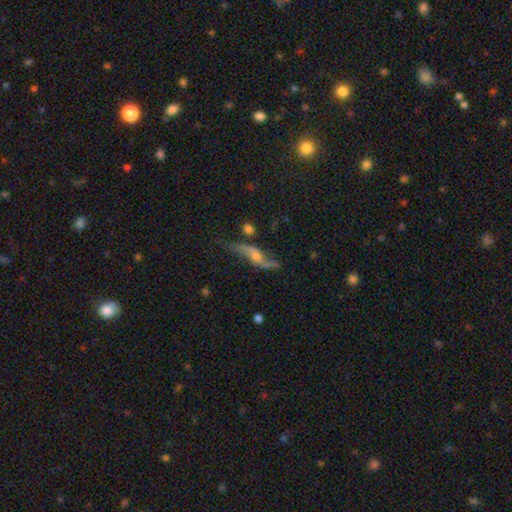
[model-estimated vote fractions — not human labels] A featured or disk galaxy (74%) with no bar (60%), spiral arms (88%) and a moderate central bulge (41%). Merging: none (59%).